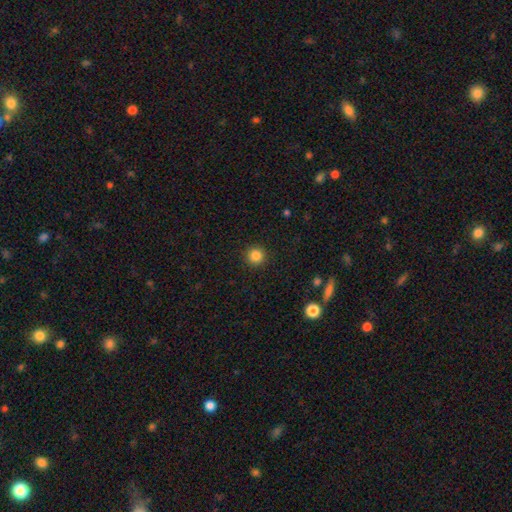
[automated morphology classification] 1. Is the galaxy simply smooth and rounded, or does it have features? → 85% smooth, 11% star or artifact, 4% featured or disk.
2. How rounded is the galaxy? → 95% round, 4% in between, 1% cigar-shaped.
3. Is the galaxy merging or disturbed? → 92% none, 5% minor disturbance, 2% major disturbance, 1% merger.